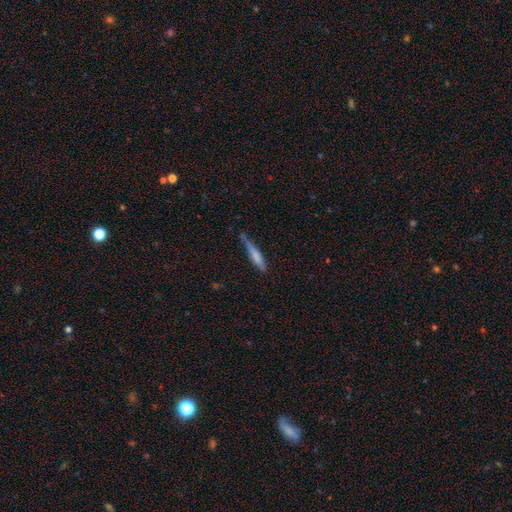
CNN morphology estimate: Smooth or featured?
  - smooth: 68% *
  - featured or disk: 26%
  - star or artifact: 7%
How rounded?
  - cigar-shaped: 88% *
  - in between: 11%
  - round: 2%
Merging?
  - none: 55% *
  - minor disturbance: 32%
  - major disturbance: 8%
  - merger: 4%